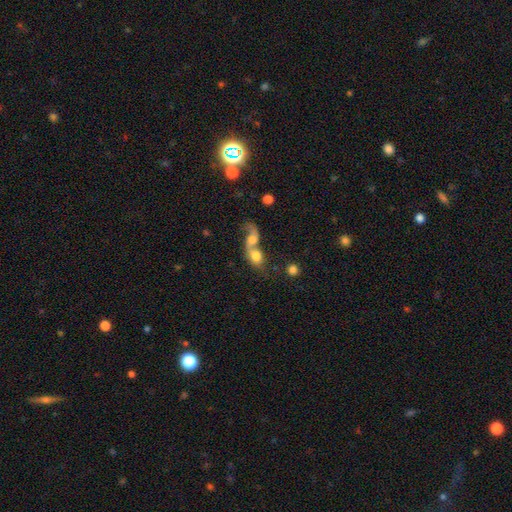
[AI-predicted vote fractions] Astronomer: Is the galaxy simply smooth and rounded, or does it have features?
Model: smooth — 59%.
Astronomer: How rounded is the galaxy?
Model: in between — 51% (runner-up: round, 45%).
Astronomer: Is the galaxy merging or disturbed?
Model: merger — 79%.